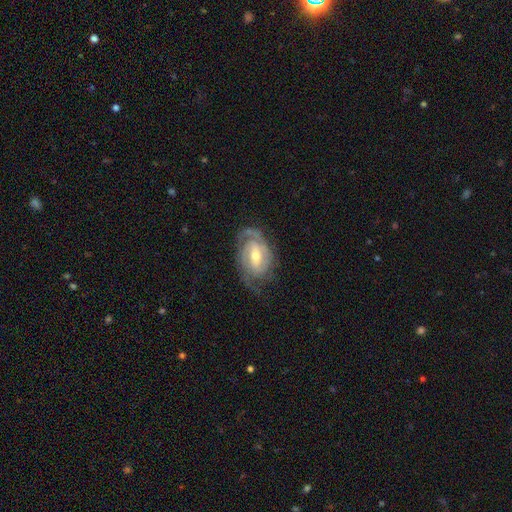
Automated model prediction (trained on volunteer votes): This appears to be a featured or disk galaxy (88%) with a weak bar (47%), 2 (61%) tight (61%) spiral arms (97%) and a moderate central bulge (60%). Merging: none (71%).